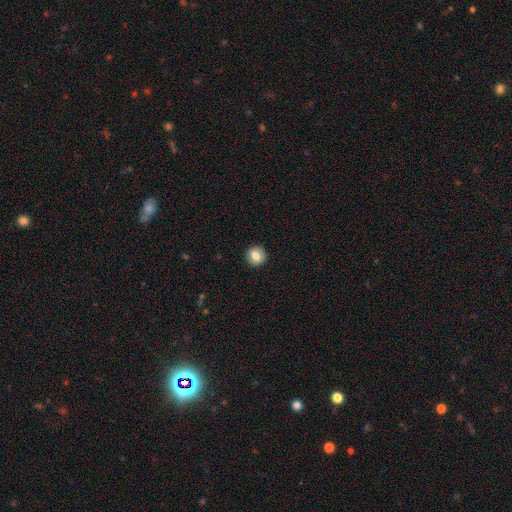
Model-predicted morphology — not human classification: smooth 78%, featured or disk 13%, star or artifact 9%. Down the decision tree: how rounded — round (90%); merging — none (91%).